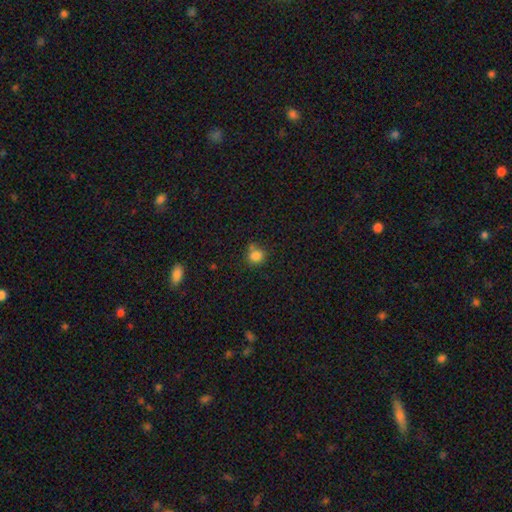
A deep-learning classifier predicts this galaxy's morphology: Overall: smooth (82%). How rounded: round (80%). Merging: none (64%).